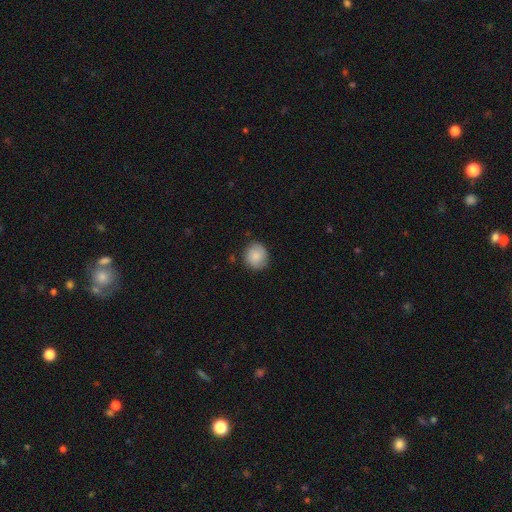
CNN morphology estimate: Overall: smooth (86%). How rounded: round (84%). Merging: none (82%).